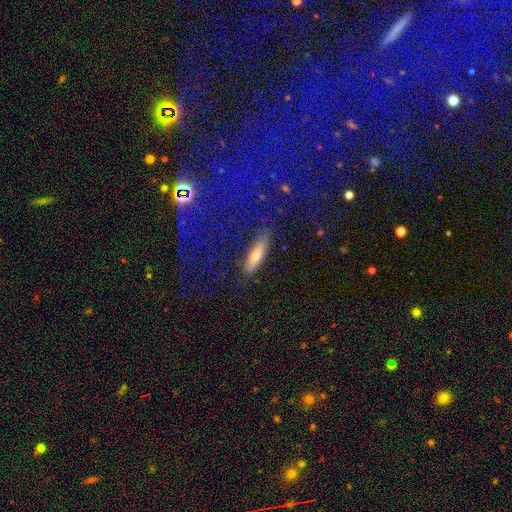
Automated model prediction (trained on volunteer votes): A smooth galaxy with no disk features (53%) that is cigar-shaped (68%). Merging: none (84%).